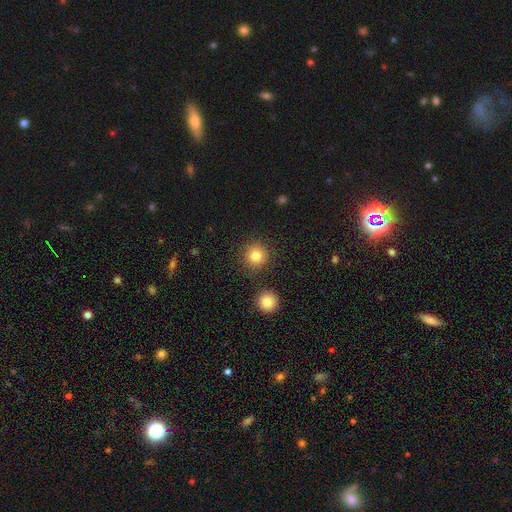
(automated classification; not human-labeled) Smooth or featured: smooth — 83% (star or artifact — 11%)
How rounded: round — 93% (in between — 6%)
Merging: none — 85% (minor disturbance — 7%)